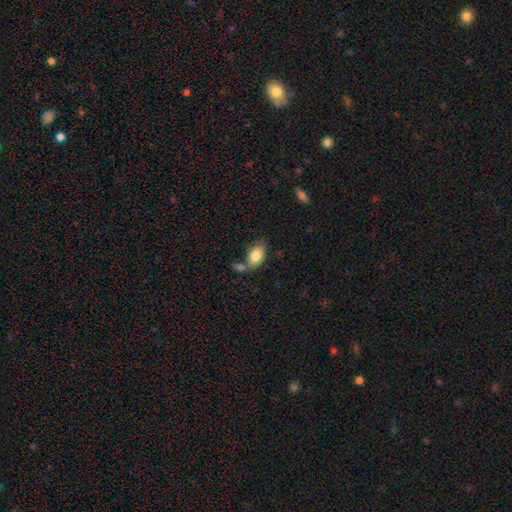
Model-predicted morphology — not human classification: This is clearly a smooth galaxy (82%). How rounded: clearly in between (90%). Merging: possibly none (51%).